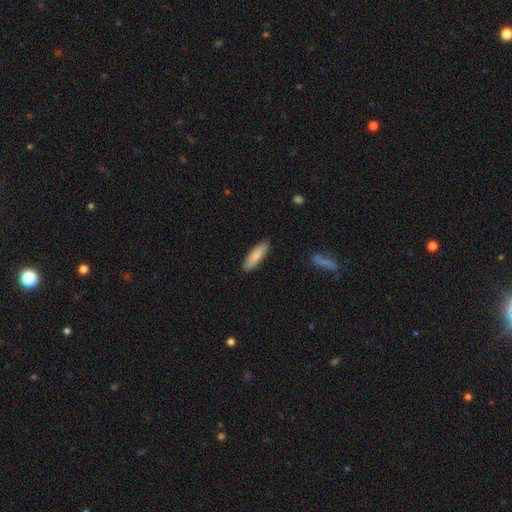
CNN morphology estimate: smooth-or-featured: smooth: 85% | featured or disk: 10% | star or artifact: 6%
  how-rounded: cigar-shaped: 57% | in between: 42% | round: 1%
  merging: none: 88% | minor disturbance: 9% | major disturbance: 2% | merger: 1%